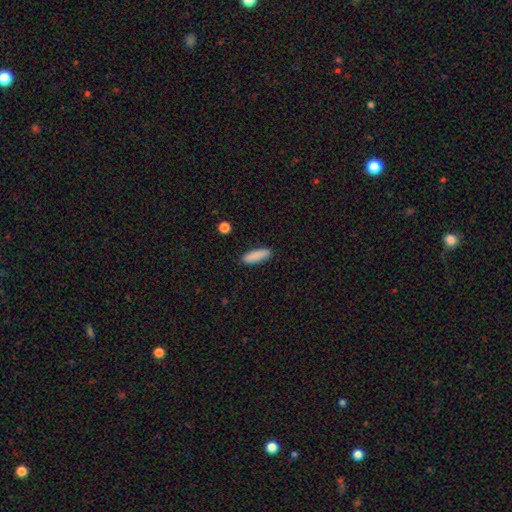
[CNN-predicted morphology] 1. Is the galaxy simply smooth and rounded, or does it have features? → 88% smooth, 7% star or artifact, 6% featured or disk.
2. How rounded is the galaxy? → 54% cigar-shaped, 44% in between, 2% round.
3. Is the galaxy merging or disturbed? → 88% none, 9% minor disturbance, 2% major disturbance, 1% merger.